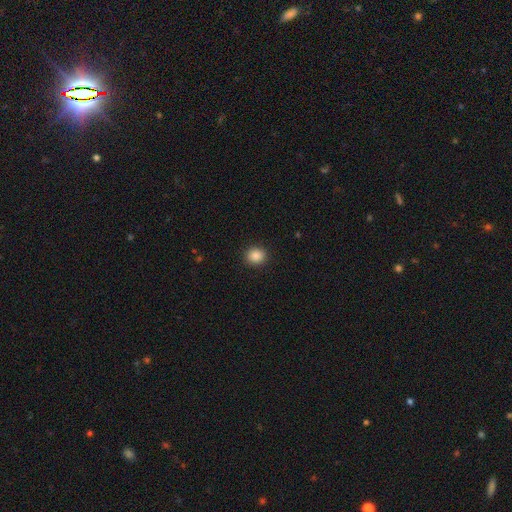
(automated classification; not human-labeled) A smooth galaxy with no disk features (87%) that is round (81%). Merging: none (91%).